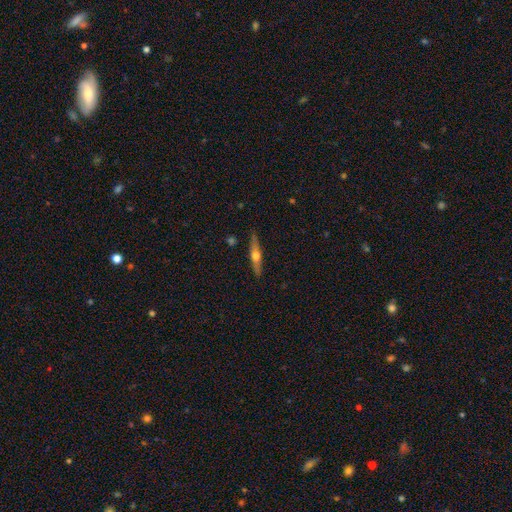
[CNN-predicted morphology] A featured or disk galaxy (64%) viewed edge-on (95%) with a rounded central bulge (94%). Merging: none (88%).